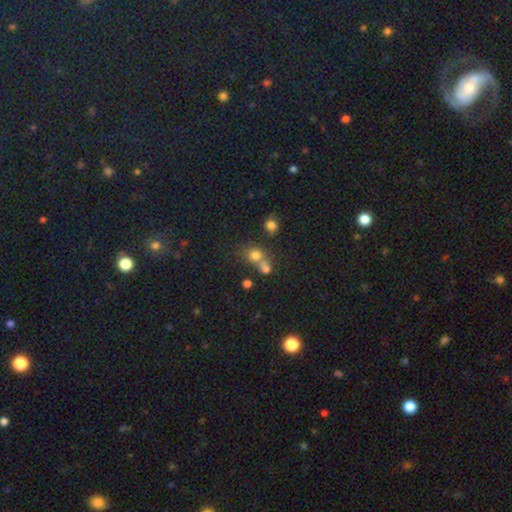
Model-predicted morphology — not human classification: This is likely a smooth galaxy (71%). How rounded: likely round (80%). Merging: possibly merger (47%).